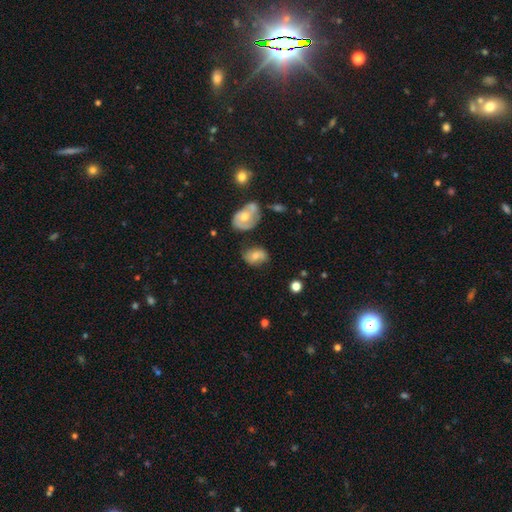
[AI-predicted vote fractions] Smooth or featured: smooth — 52% (featured or disk — 38%)
How rounded: in between — 72% (round — 26%)
Merging: none — 54% (minor disturbance — 26%)